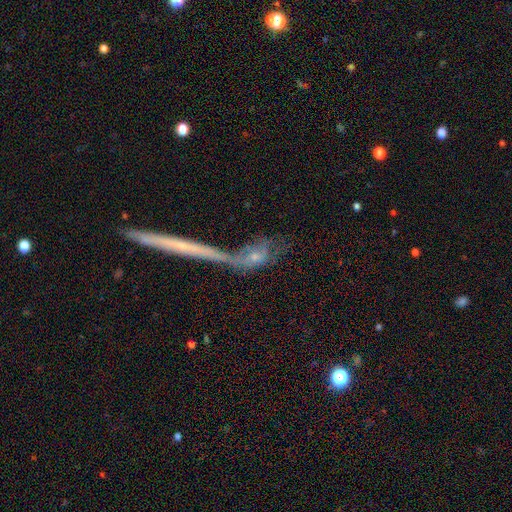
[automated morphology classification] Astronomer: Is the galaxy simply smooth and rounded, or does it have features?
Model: smooth — 45% (runner-up: featured or disk, 43%).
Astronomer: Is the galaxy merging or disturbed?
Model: merger — 42% (runner-up: none, 29%).